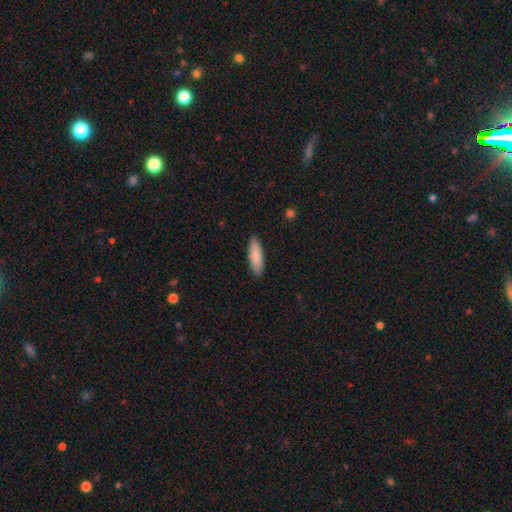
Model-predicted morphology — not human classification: Smooth or featured? Predicted: smooth (p=0.86). How rounded? Predicted: cigar-shaped (p=0.59). Merging? Predicted: none (p=0.90).